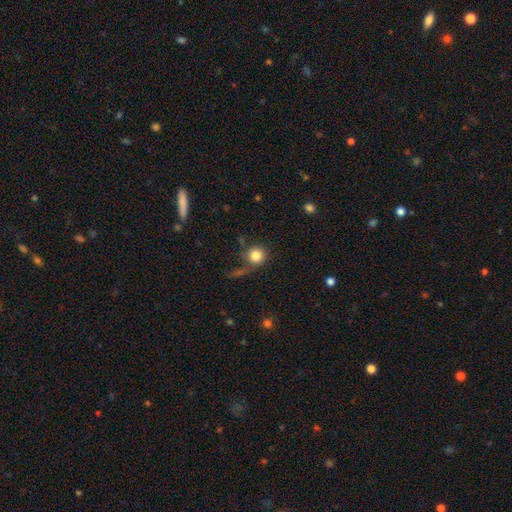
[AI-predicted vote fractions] A smooth galaxy with no disk features (83%) that is round (91%).

Vote fractions:
- Smooth or featured? smooth: 83% / star or artifact: 10% / featured or disk: 7%
- How rounded? round: 91% / in between: 8% / cigar-shaped: 1%
- Merging? none: 61% / minor disturbance: 16% / major disturbance: 13% / merger: 10%